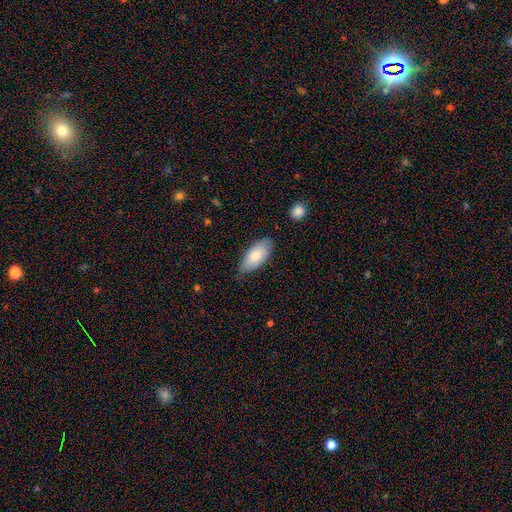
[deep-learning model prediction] A smooth galaxy with no disk features (80%) that is in between round and cigar-shaped (91%). Merging: none (72%).